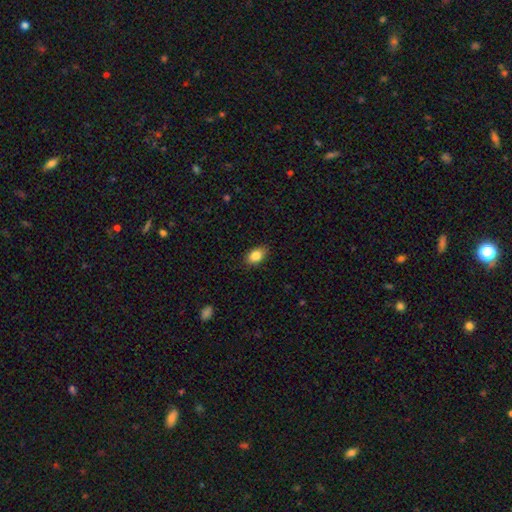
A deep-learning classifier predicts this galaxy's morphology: This appears to be a smooth galaxy with no disk features (85%) that is in between round and cigar-shaped (85%). Merging: none (85%).